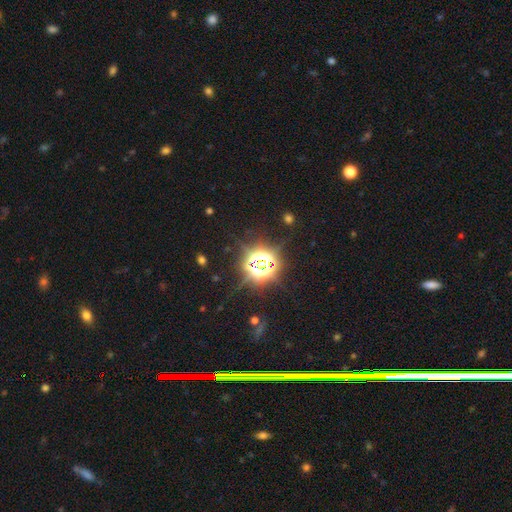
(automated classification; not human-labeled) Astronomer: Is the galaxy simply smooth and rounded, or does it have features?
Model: star or artifact — 81%.